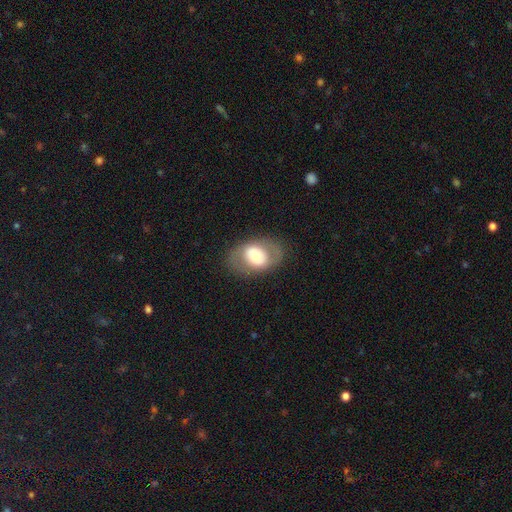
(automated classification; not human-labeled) Overall: smooth (52%; featured or disk 41%). How rounded: in between (74%). Merging: none (77%).